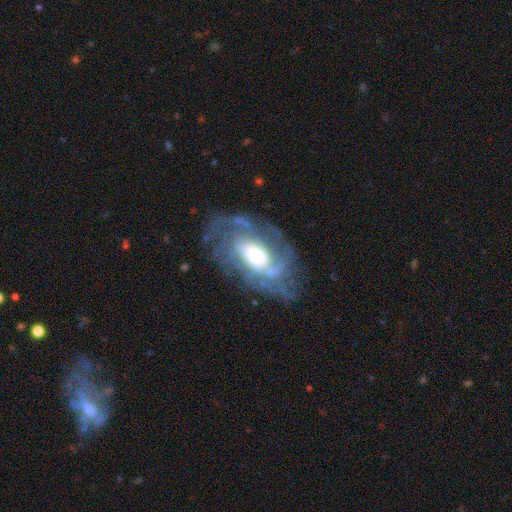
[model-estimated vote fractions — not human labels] Morphology: type=featured or disk (84%); edge-on=no (96%); bar=no (60%); spiral arms=yes (93%); winding=tight (54%); arm count=can't tell (37%); bulge=large (43%); merging=none (67%).